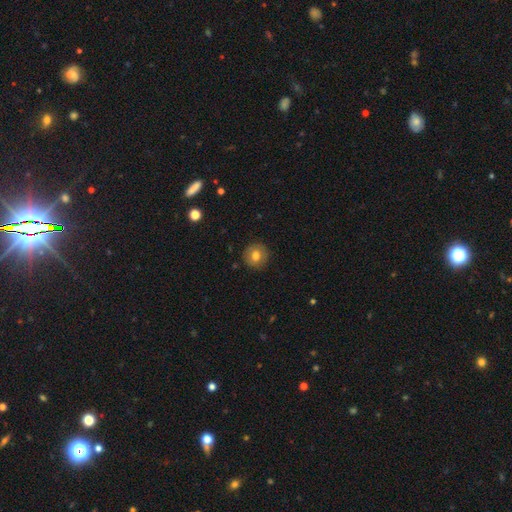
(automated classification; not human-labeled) A smooth galaxy with no disk features (73%) that is round (93%). Merging: none (90%).